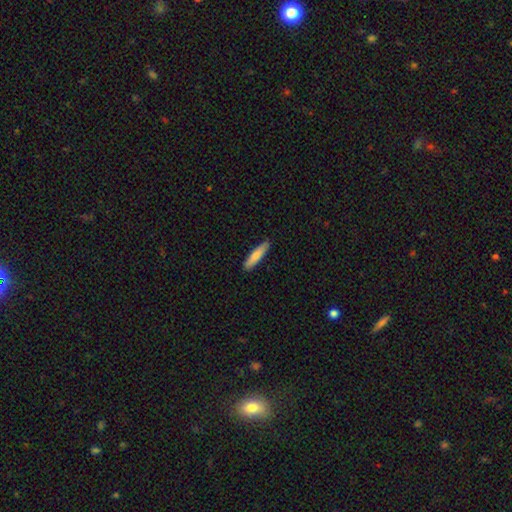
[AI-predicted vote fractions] Morphology: type=smooth (79%); roundness=cigar-shaped (82%); merging=none (89%).